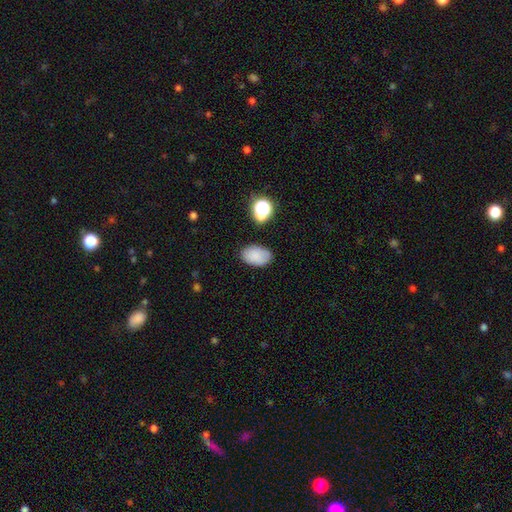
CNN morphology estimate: This is clearly a smooth galaxy (82%). How rounded: clearly in between (89%). Merging: likely none (78%).